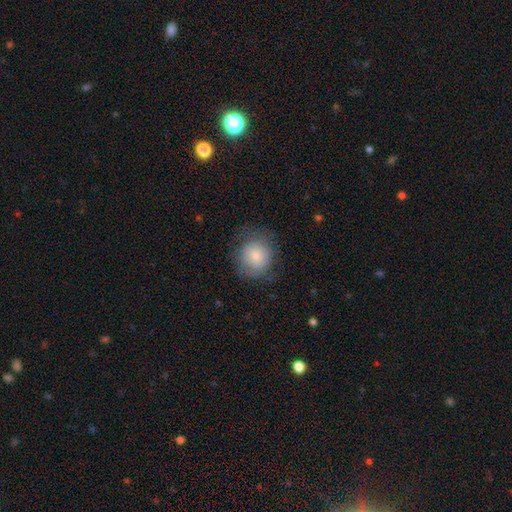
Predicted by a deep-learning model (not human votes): Smooth or featured?
  - smooth: 79% *
  - featured or disk: 14%
  - star or artifact: 8%
How rounded?
  - round: 84% *
  - in between: 16%
  - cigar-shaped: 1%
Merging?
  - none: 70% *
  - minor disturbance: 19%
  - major disturbance: 9%
  - merger: 1%